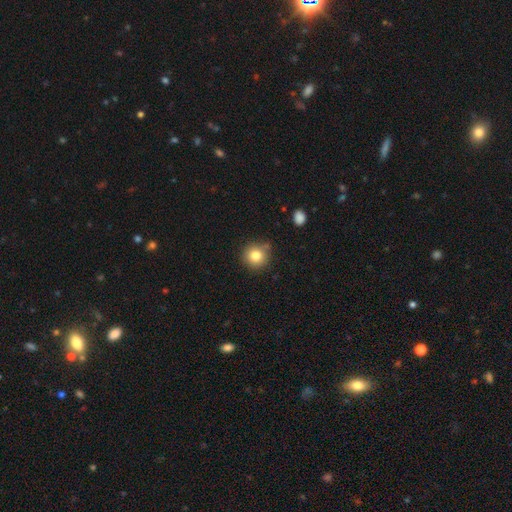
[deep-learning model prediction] Smooth or featured? smooth (81%)
How rounded? round (93%)
Merging? none (80%)